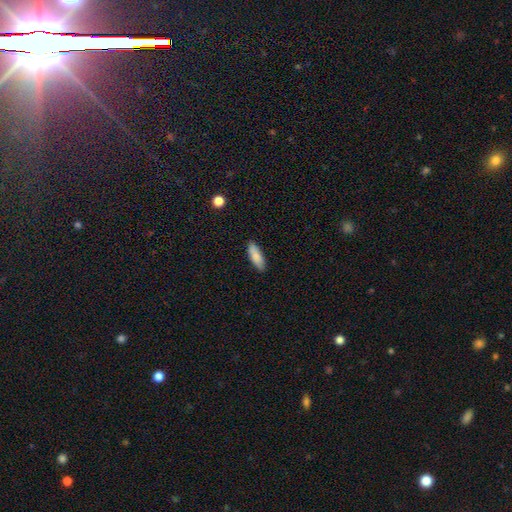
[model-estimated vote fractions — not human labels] This is clearly a smooth galaxy (87%). How rounded: likely in between (60%). Merging: clearly none (88%).